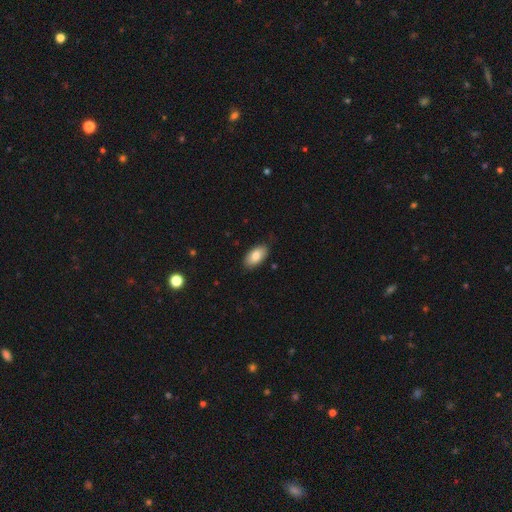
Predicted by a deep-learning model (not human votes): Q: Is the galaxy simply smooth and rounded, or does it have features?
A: smooth — 82%.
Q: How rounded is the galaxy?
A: in between — 94%.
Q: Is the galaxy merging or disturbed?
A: none — 85%.